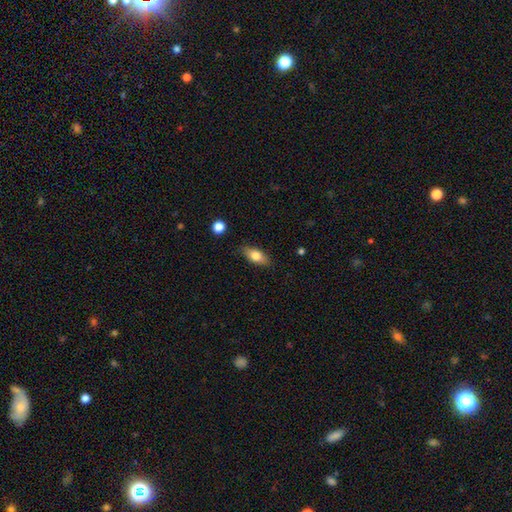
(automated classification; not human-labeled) smooth-or-featured: smooth: 73% | featured or disk: 20% | star or artifact: 7%
  how-rounded: in between: 81% | cigar-shaped: 13% | round: 5%
  merging: none: 84% | minor disturbance: 12% | major disturbance: 3% | merger: 2%